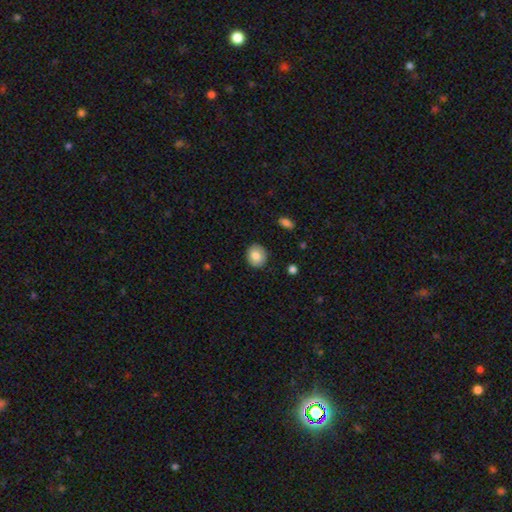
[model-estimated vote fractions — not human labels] smooth-or-featured: smooth: 81% | featured or disk: 11% | star or artifact: 8%
  how-rounded: round: 73% | in between: 26% | cigar-shaped: 1%
  merging: none: 89% | minor disturbance: 8% | major disturbance: 2% | merger: 1%